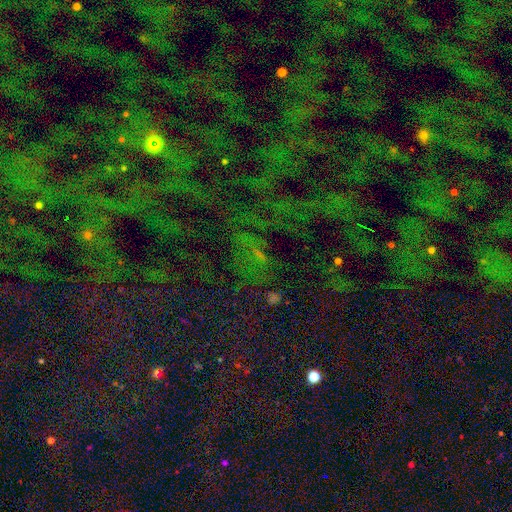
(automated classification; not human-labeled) Q: Smooth or featured?
A: star or artifact (76%); runner-up: smooth (16%)